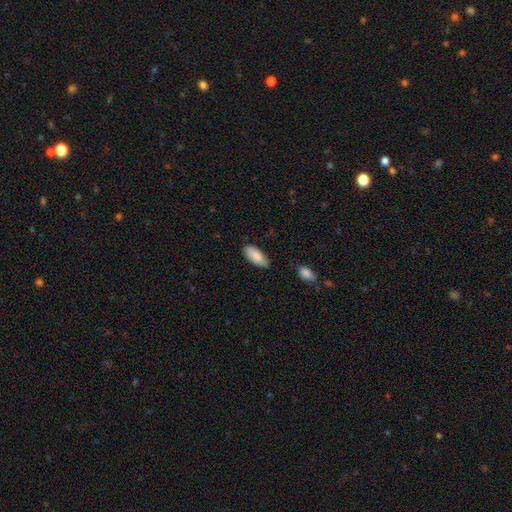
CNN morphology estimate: type=smooth (86%); roundness=in between (86%); merging=none (80%).